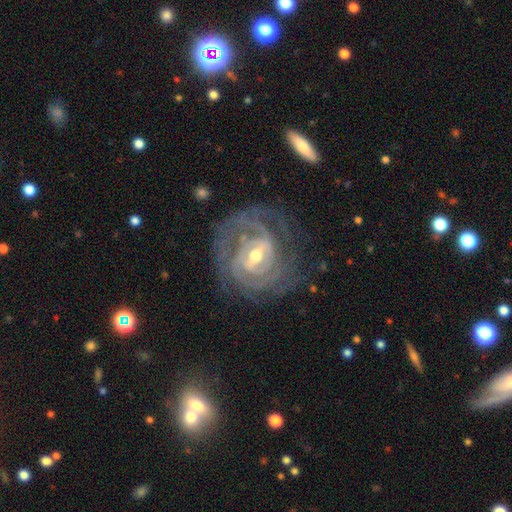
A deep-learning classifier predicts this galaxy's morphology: This appears to be a featured or disk galaxy (92%) with a strong bar (44%), 3 (25%, tied with 2) tight (71%) spiral arms (97%) and a moderate central bulge (60%). Merging: none (70%).